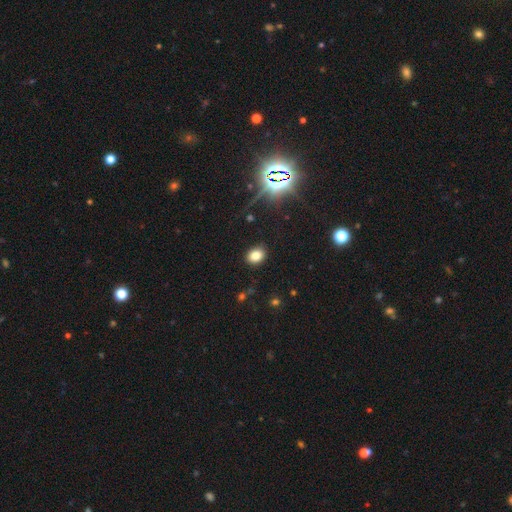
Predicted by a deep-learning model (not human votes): This appears to be a smooth galaxy with no disk features (79%) that is in between round and cigar-shaped (57%). Merging: none (88%).